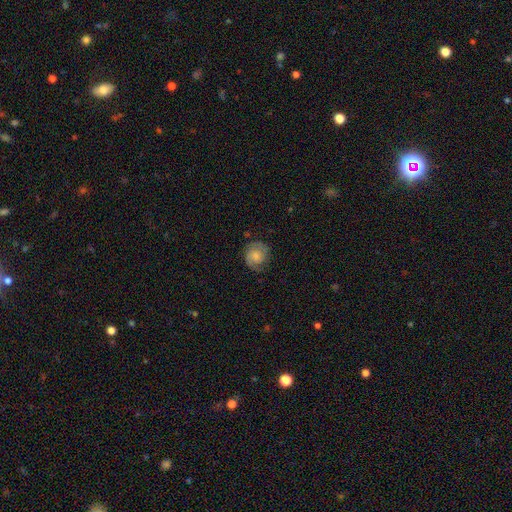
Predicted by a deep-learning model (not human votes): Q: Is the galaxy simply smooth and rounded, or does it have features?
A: featured or disk — 48%.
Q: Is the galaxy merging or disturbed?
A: none — 71%.